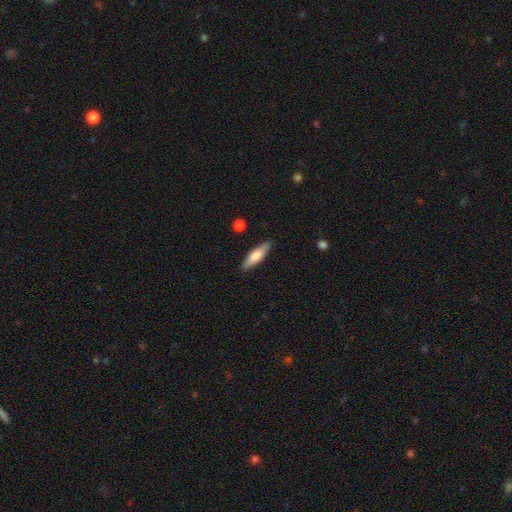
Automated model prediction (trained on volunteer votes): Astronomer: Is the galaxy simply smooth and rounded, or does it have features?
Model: smooth — 68%.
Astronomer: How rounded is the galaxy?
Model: cigar-shaped — 60% (runner-up: in between, 38%).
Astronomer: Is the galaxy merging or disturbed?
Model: none — 87%.